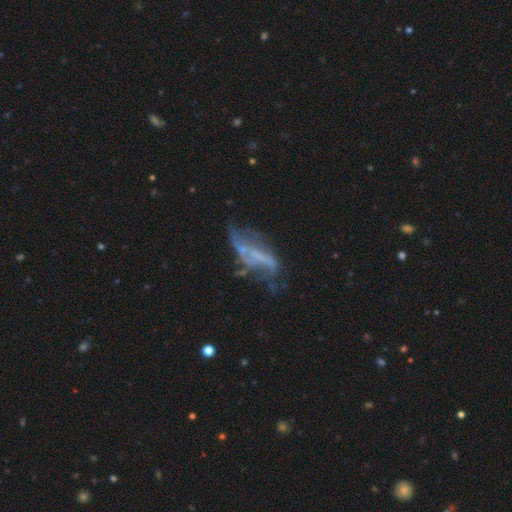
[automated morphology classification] smooth_or_featured: featured or disk (p=0.64) [alt: smooth p=0.22]
disk_edge_on: no (p=0.85) [alt: yes p=0.15]
bar: no (p=0.55) [alt: weak p=0.24]
has_spiral_arms: no (p=0.60) [alt: yes p=0.40]
bulge_size: none (p=0.68) [alt: small p=0.22]
merging: major disturbance (p=0.35) [alt: none p=0.32]